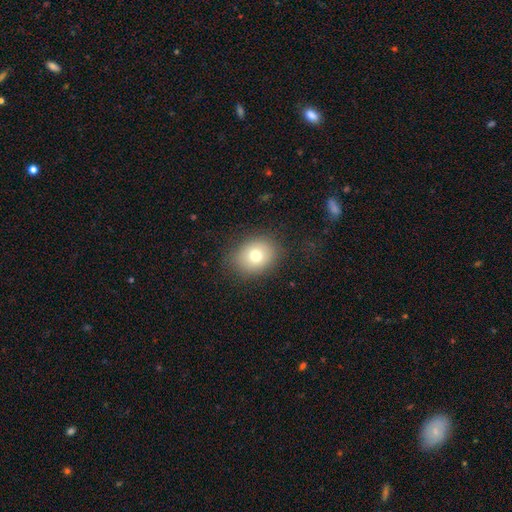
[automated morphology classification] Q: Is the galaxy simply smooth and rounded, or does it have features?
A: smooth — 74%.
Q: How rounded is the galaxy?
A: round — 57%.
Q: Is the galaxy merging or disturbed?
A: none — 81%.